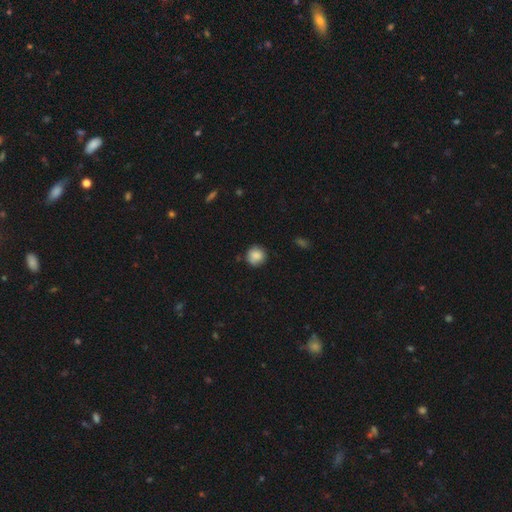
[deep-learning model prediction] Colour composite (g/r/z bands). It shows a smooth galaxy with no disk features (86%) that is round (91%). Merging: none (81%).